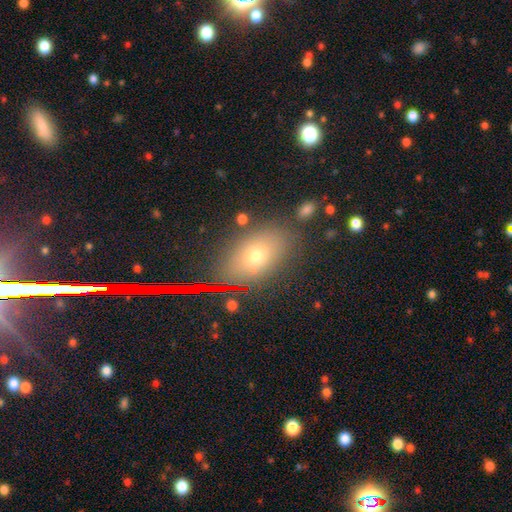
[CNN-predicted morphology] A smooth galaxy with no disk features (56%) that is in between round and cigar-shaped (73%).

Vote fractions:
- Smooth or featured? smooth: 56% / star or artifact: 27% / featured or disk: 17%
- How rounded? in between: 73% / round: 24% / cigar-shaped: 3%
- Merging? none: 81% / minor disturbance: 11% / major disturbance: 4% / merger: 4%